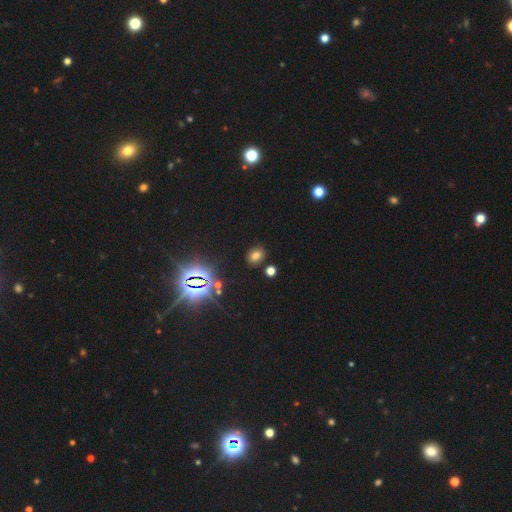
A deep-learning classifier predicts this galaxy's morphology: Smooth or featured: smooth — 64% (star or artifact — 28%)
How rounded: in between — 58% (round — 40%)
Merging: none — 85% (minor disturbance — 9%)